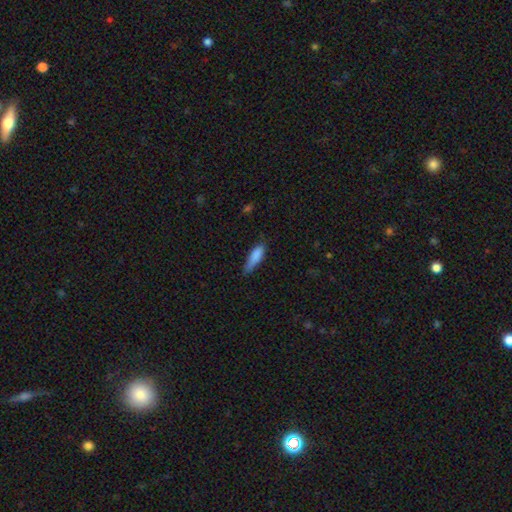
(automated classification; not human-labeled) This is clearly a smooth galaxy (82%). How rounded: possibly cigar-shaped (57%). Merging: possibly none (53%).